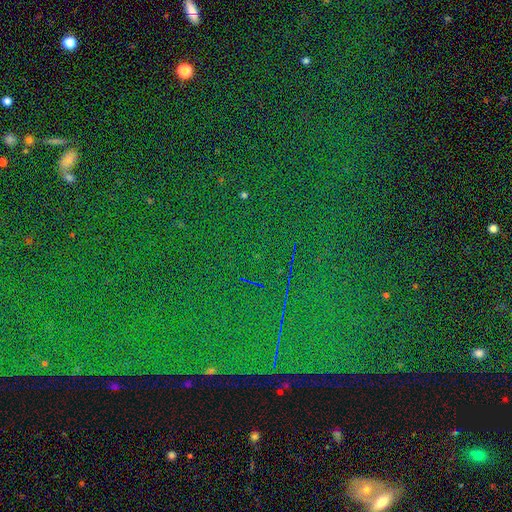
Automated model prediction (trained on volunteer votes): Smooth or featured? Predicted: star or artifact (p=0.83).